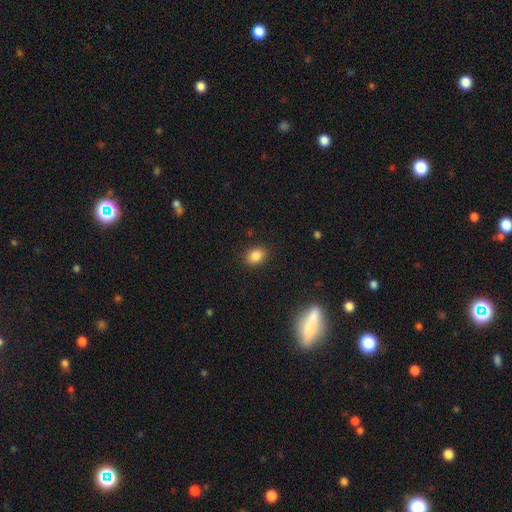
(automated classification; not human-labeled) Smooth or featured: smooth — 85% (star or artifact — 10%)
How rounded: in between — 62% (round — 37%)
Merging: none — 87% (minor disturbance — 9%)